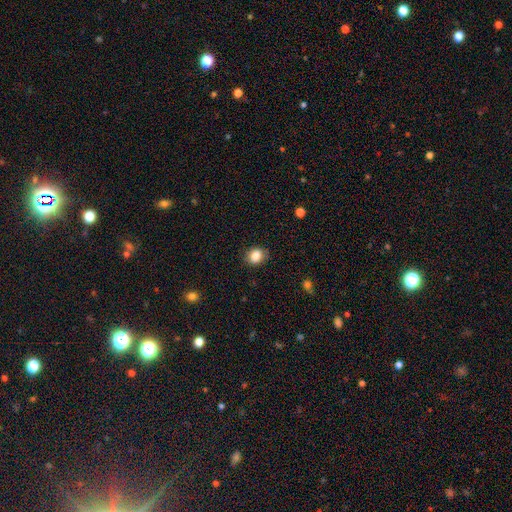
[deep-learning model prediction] Smooth or featured: smooth — 86% (star or artifact — 9%)
How rounded: round — 59% (in between — 40%)
Merging: none — 82% (minor disturbance — 14%)